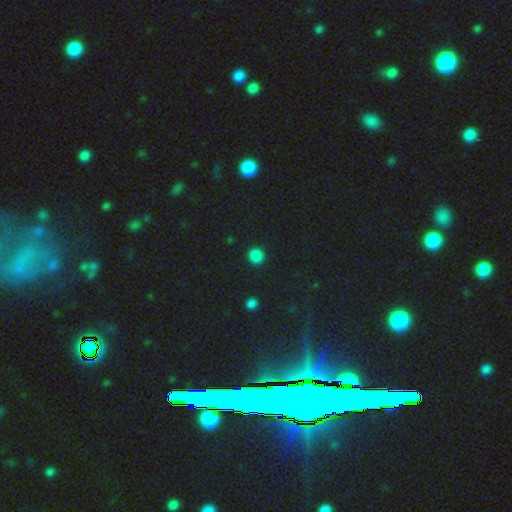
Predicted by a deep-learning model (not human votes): smooth-or-featured: smooth: 82% | star or artifact: 15% | featured or disk: 3%
  how-rounded: round: 90% | in between: 9% | cigar-shaped: 1%
  merging: none: 91% | minor disturbance: 6% | major disturbance: 2% | merger: 1%